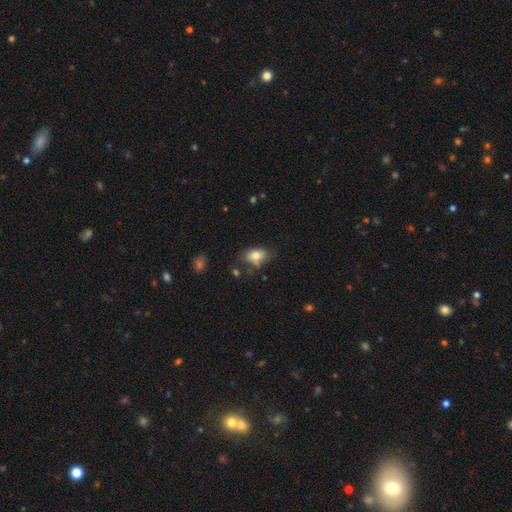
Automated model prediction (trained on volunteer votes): smooth-or-featured: smooth: 80% | featured or disk: 12% | star or artifact: 8%
  how-rounded: in between: 88% | round: 9% | cigar-shaped: 2%
  merging: none: 54% | minor disturbance: 28% | major disturbance: 10% | merger: 8%